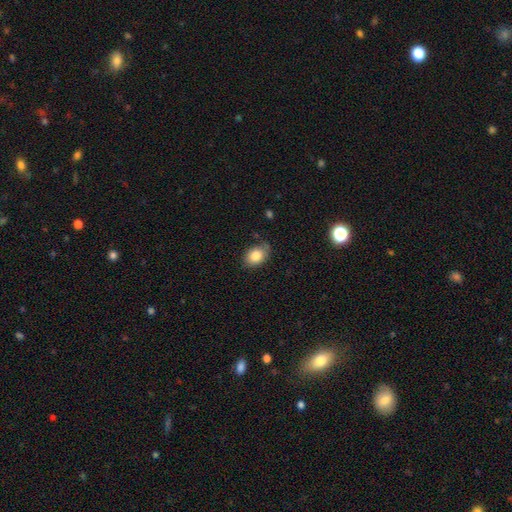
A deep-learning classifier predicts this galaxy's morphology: The model was most divided on "merging": none: 74%, minor disturbance: 21%, major disturbance: 4%, merger: 2%. More confident: smooth or featured — smooth (84%); how rounded — in between (78%).